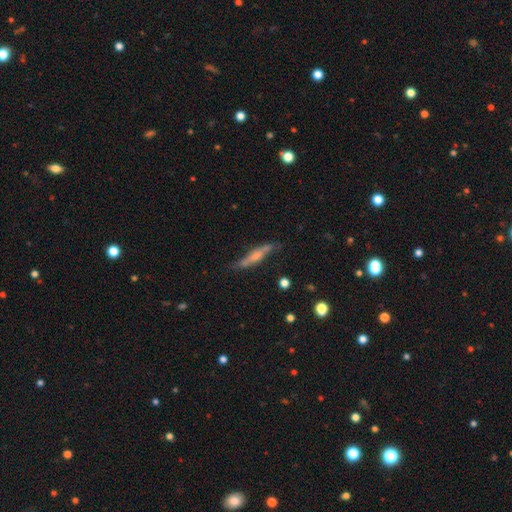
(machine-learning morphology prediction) The model was most divided on "smooth or featured": featured or disk: 57%, smooth: 37%, star or artifact: 7%. More confident: edge-on disk — yes (82%); merging — none (67%).